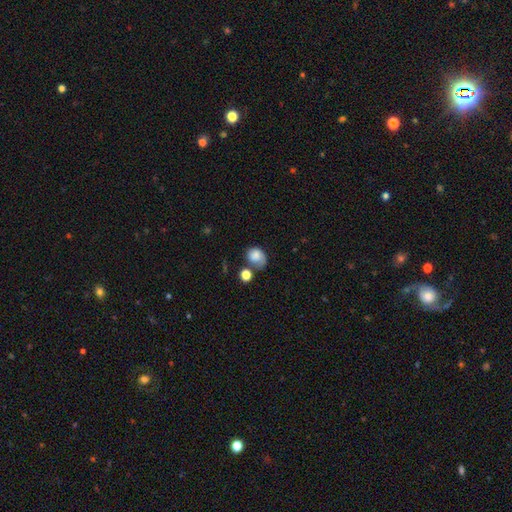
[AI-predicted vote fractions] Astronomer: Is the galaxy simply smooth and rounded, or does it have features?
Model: smooth — 71%.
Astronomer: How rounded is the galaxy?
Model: round — 52% (runner-up: in between, 47%).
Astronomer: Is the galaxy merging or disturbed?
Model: none — 39% (runner-up: minor disturbance, 27%).